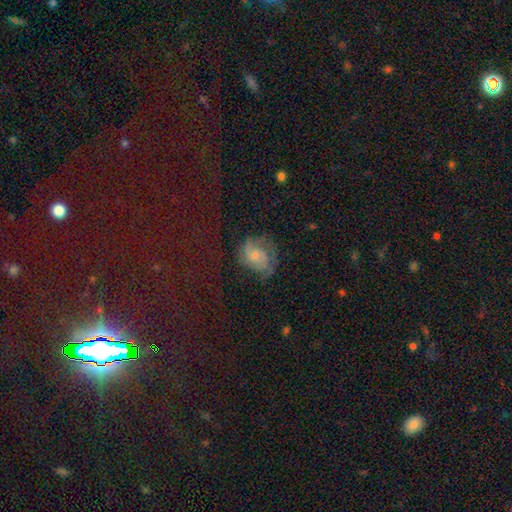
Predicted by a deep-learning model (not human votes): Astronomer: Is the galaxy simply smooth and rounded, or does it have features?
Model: featured or disk — 56%.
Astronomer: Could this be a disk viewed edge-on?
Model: no — 97%.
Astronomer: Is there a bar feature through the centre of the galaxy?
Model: no — 70%.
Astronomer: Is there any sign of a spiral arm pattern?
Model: yes — 85%.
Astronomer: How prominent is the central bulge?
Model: small — 65%.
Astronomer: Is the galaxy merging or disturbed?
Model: none — 54%.